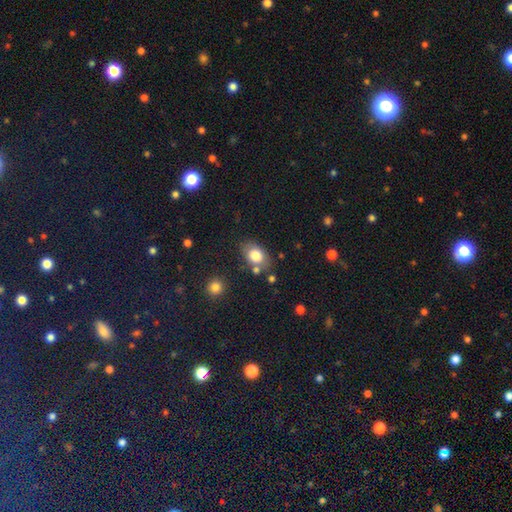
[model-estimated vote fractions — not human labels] smooth_or_featured: smooth (p=0.79) [alt: featured or disk p=0.12]
how_rounded: in between (p=0.73) [alt: round p=0.25]
merging: none (p=0.69) [alt: minor disturbance p=0.16]